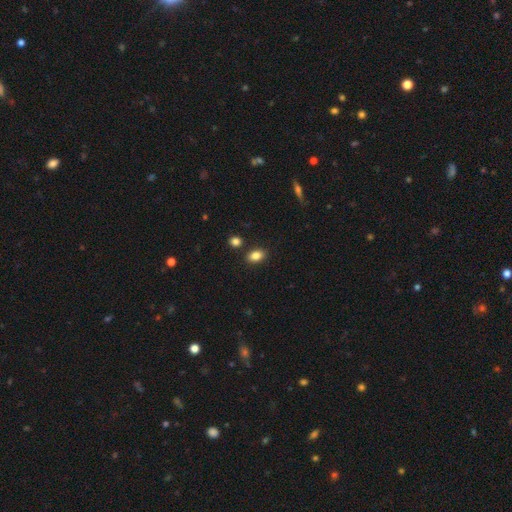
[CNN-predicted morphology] Overall: smooth (85%). How rounded: in between (83%). Merging: none (84%).